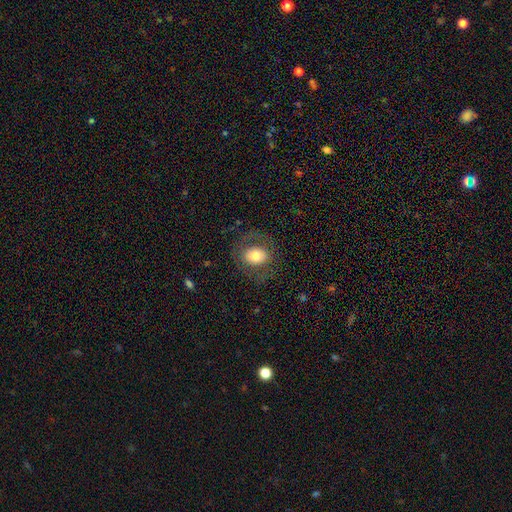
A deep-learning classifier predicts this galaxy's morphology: Smooth or featured?
  - smooth: 65% *
  - featured or disk: 26%
  - star or artifact: 8%
How rounded?
  - in between: 53% *
  - round: 46%
  - cigar-shaped: 1%
Merging?
  - none: 74% *
  - minor disturbance: 14%
  - major disturbance: 11%
  - merger: 1%